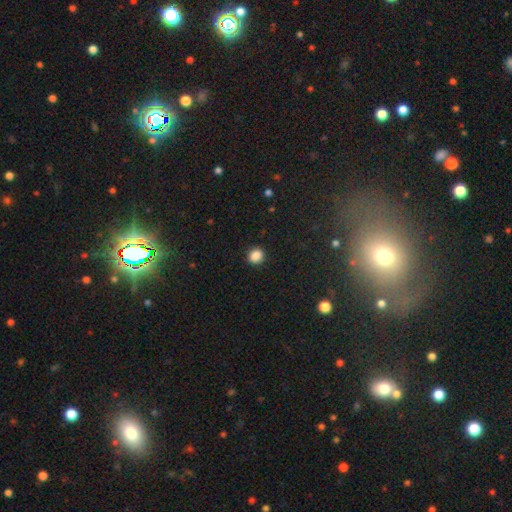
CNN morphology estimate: Smooth or featured: smooth — 87% (star or artifact — 10%)
How rounded: round — 80% (in between — 19%)
Merging: none — 91% (minor disturbance — 6%)